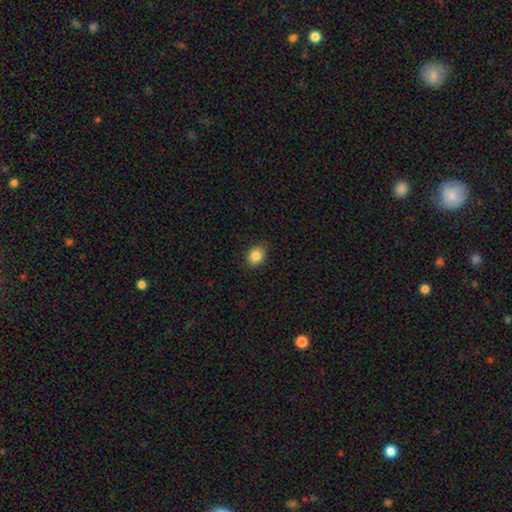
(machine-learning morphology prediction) Smooth or featured? Predicted: smooth (p=0.86). How rounded? Predicted: round (p=0.53). Merging? Predicted: none (p=0.88).